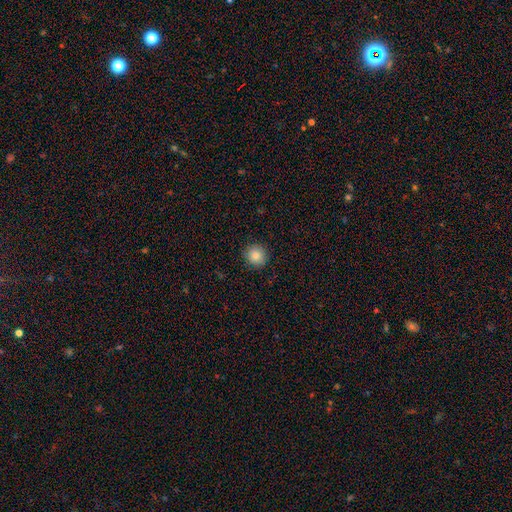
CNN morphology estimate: Overall: smooth (84%). How rounded: round (93%). Merging: none (91%).